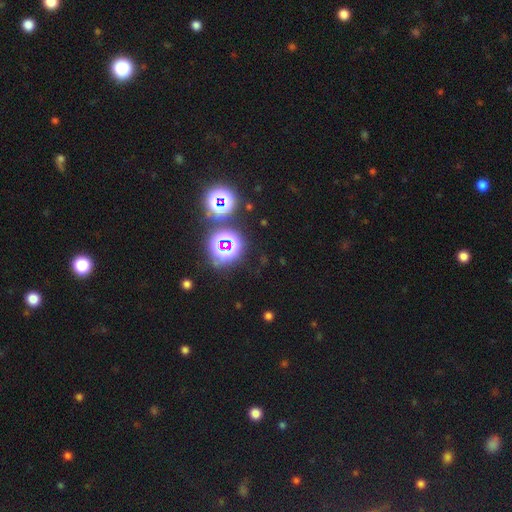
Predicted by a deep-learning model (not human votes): smooth-or-featured: star or artifact: 76% | smooth: 17% | featured or disk: 7%